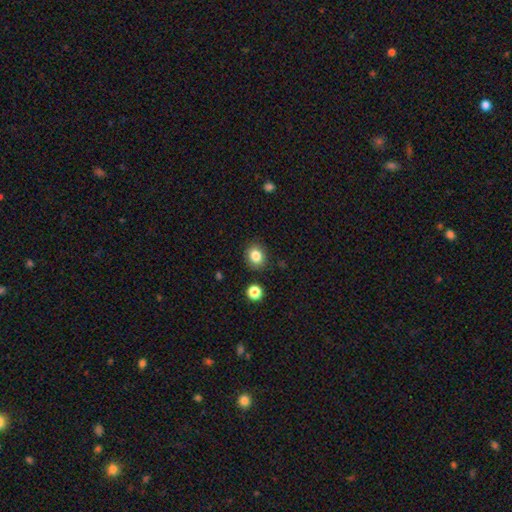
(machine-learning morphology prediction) type=smooth (84%); roundness=round (66%); merging=none (87%).